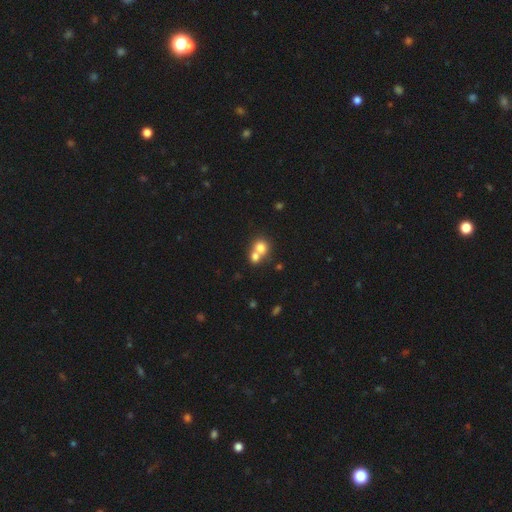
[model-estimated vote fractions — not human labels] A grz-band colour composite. It shows a smooth galaxy with no disk features (75%) that is round (78%). Merging: merger (62%).